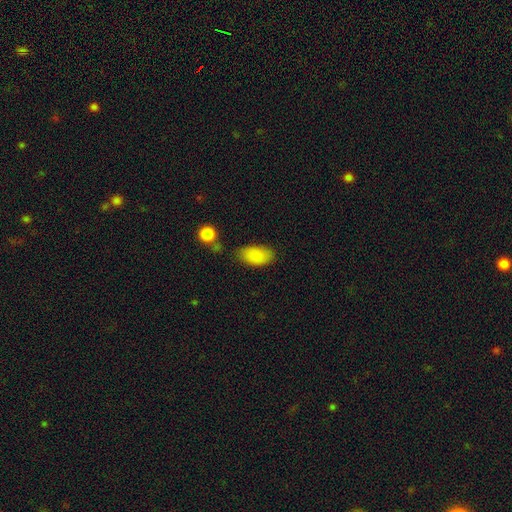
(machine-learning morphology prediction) Smooth or featured? Predicted: smooth (p=0.88). How rounded? Predicted: in between (p=0.93). Merging? Predicted: none (p=0.68).